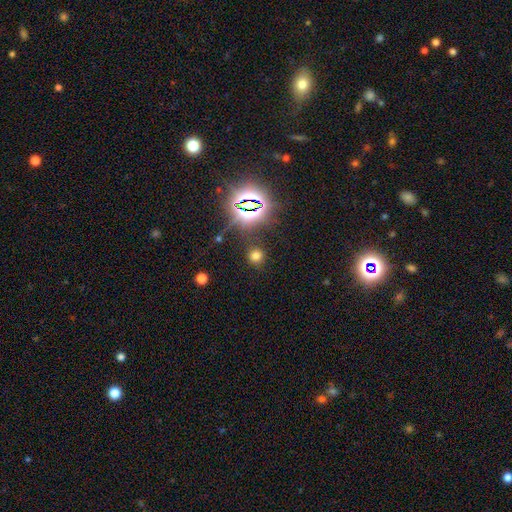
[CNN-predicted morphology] Smooth or featured?
  - smooth: 62% *
  - star or artifact: 31%
  - featured or disk: 7%
How rounded?
  - round: 88% *
  - in between: 11%
  - cigar-shaped: 1%
Merging?
  - none: 84% *
  - minor disturbance: 9%
  - major disturbance: 4%
  - merger: 3%